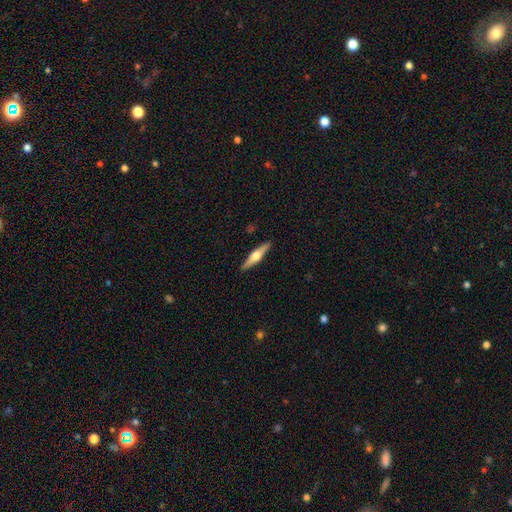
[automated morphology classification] Q: Smooth or featured?
A: featured or disk (63%); runner-up: smooth (32%)
Q: Edge-on disk?
A: yes (97%); runner-up: no (3%)
Q: Edge-on bulge?
A: rounded (95%); runner-up: boxy (3%)
Q: Merging?
A: none (91%); runner-up: minor disturbance (7%)